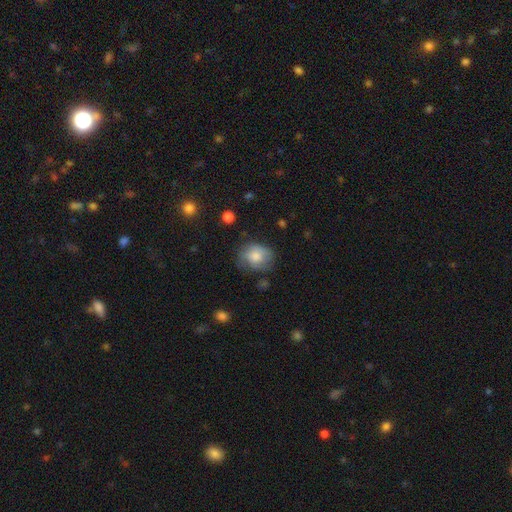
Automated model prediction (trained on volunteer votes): This appears to be a smooth galaxy with no disk features (74%) that is round (55%). Merging: none (57%).